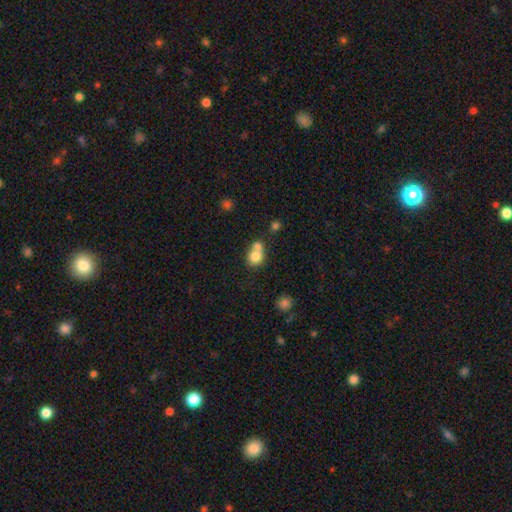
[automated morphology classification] smooth 78%, featured or disk 12%, star or artifact 10%. Down the decision tree: how rounded — round (77%); merging — merger (54%).